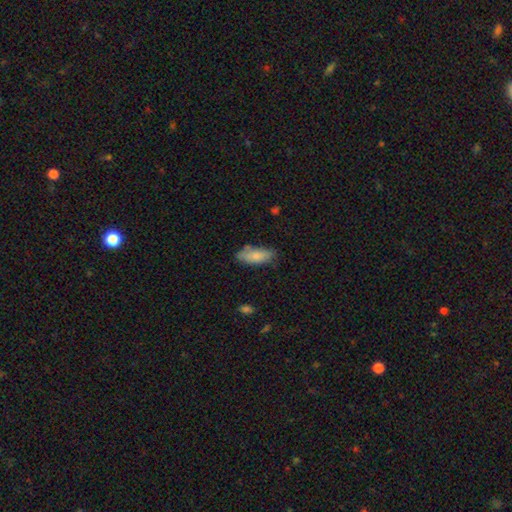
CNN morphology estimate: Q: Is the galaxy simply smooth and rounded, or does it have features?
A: smooth — 80%.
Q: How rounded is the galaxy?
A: in between — 80%.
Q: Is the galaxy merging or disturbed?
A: none — 68%.